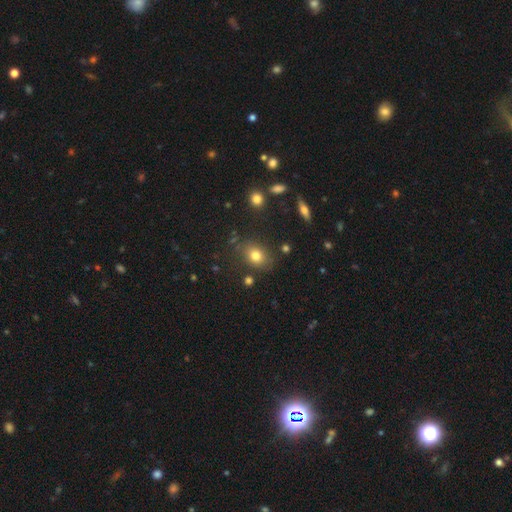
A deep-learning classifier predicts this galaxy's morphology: smooth-or-featured: smooth: 78% | star or artifact: 13% | featured or disk: 10%
  how-rounded: in between: 57% | round: 42% | cigar-shaped: 1%
  merging: none: 79% | minor disturbance: 13% | major disturbance: 4% | merger: 4%